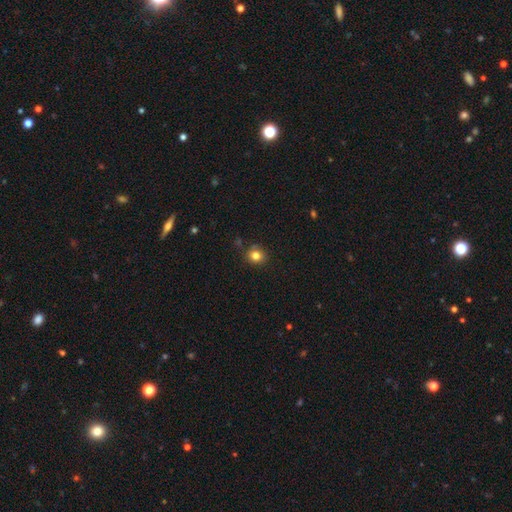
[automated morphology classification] Smooth or featured? smooth (82%)
How rounded? round (86%)
Merging? none (84%)